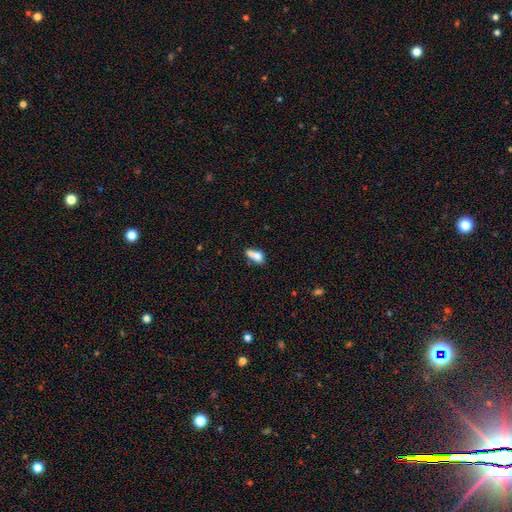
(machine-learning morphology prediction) type=smooth (72%); roundness=in between (74%); merging=merger (42%).